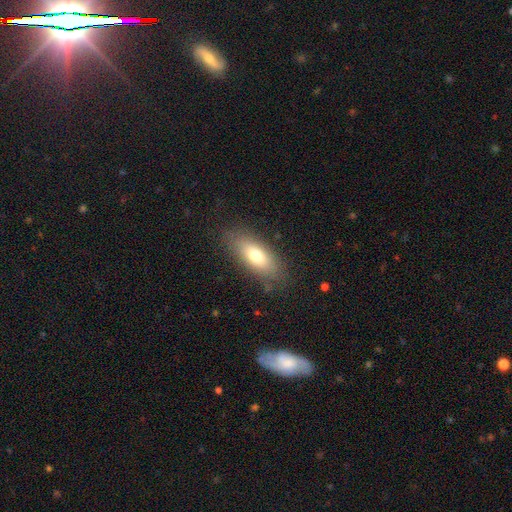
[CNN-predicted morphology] smooth_or_featured: smooth (p=0.74) [alt: featured or disk p=0.18]
how_rounded: in between (p=0.77) [alt: cigar-shaped p=0.20]
merging: none (p=0.83) [alt: minor disturbance p=0.12]